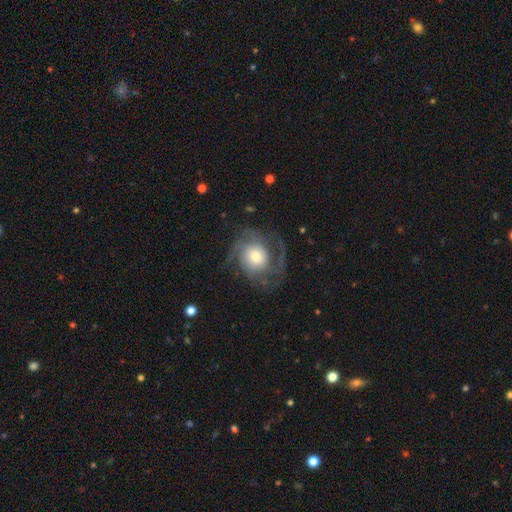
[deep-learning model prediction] Morphology: type=featured or disk (76%); edge-on=no (98%); bar=no (76%); spiral arms=yes (93%); winding=medium (46%); arm count=3 (28%, tied with 2); bulge=moderate (50%); merging=none (65%).